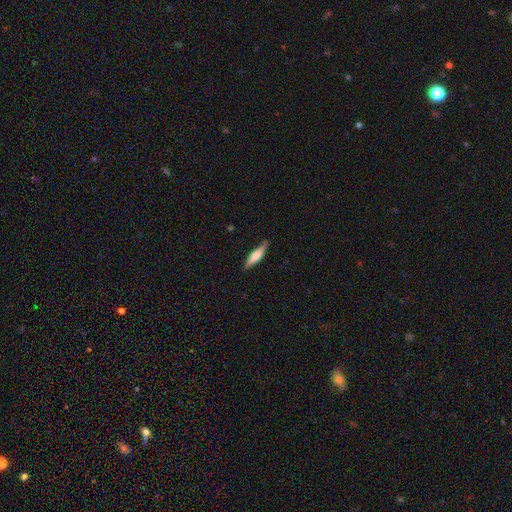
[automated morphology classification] This appears to be a smooth galaxy with no disk features (59%) that is cigar-shaped (78%). Merging: none (81%).